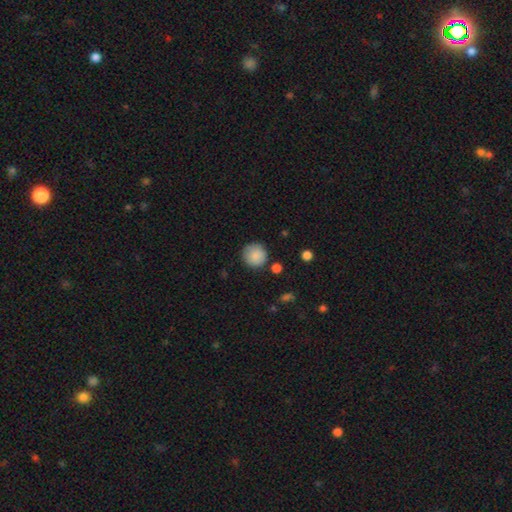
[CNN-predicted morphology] Smooth or featured? Predicted: smooth (p=0.88). How rounded? Predicted: round (p=0.95). Merging? Predicted: none (p=0.86).